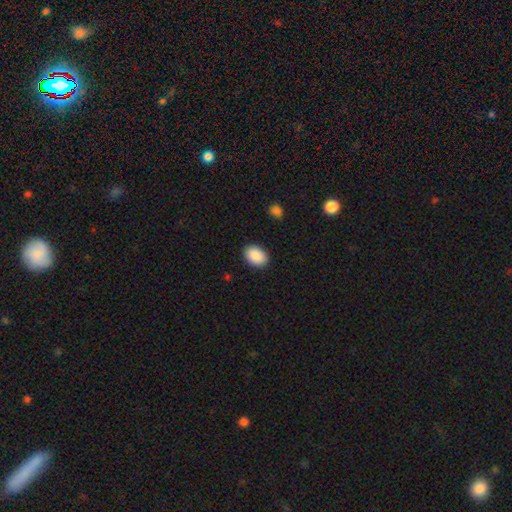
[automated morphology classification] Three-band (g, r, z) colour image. It shows a smooth galaxy with no disk features (90%) that is in between round and cigar-shaped (80%). Merging: none (89%).